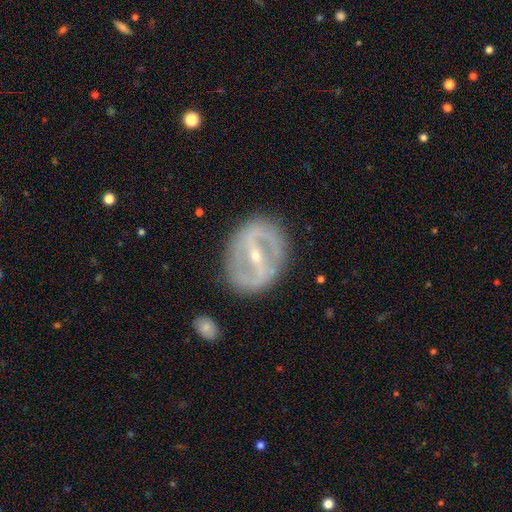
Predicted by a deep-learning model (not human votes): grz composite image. It shows a featured or disk galaxy (84%) with a strong bar (69%), spiral arms (56%) and a small central bulge (65%). Merging: none (82%).